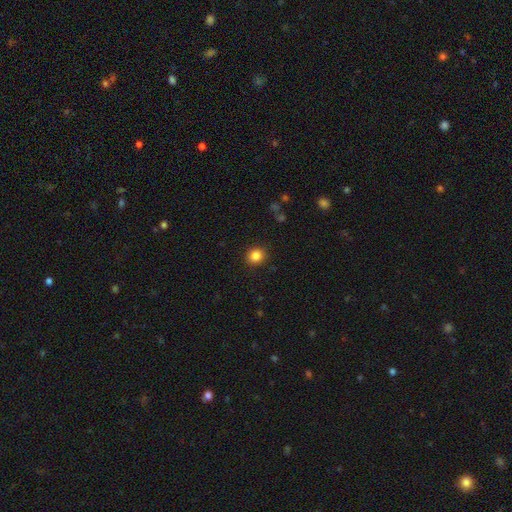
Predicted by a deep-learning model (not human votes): This is clearly a smooth galaxy (85%). How rounded: clearly round (84%). Merging: clearly none (90%).